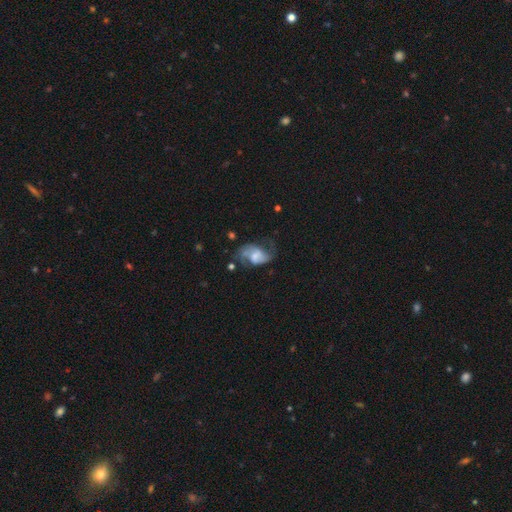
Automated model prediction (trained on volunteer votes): Smooth or featured? featured or disk (72%)
Edge-on disk? no (97%)
Bar? weak (44%, tied with no)
Spiral arms? yes (89%)
Spiral winding? loose (45%)
Spiral arm count? 2 (81%)
Bulge size? moderate (35%)
Merging? none (47%)